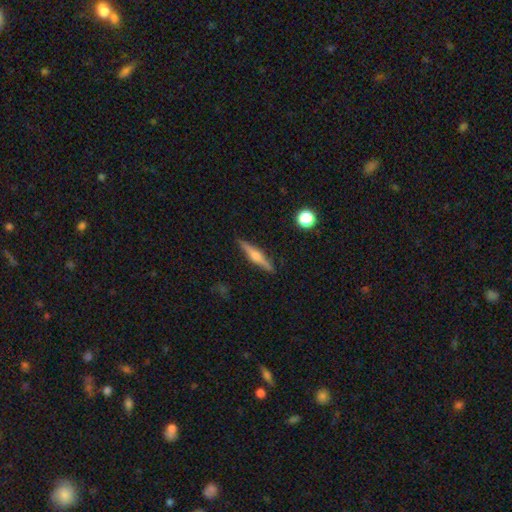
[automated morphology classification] Smooth or featured? featured or disk (71%)
Edge-on disk? yes (98%)
Edge-on bulge? rounded (89%)
Merging? none (91%)